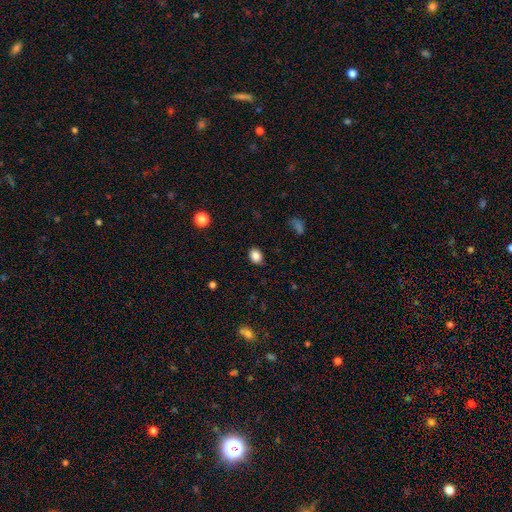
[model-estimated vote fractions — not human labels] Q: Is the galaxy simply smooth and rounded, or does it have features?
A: smooth — 86%.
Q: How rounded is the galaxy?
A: in between — 59%.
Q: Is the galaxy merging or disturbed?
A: none — 84%.